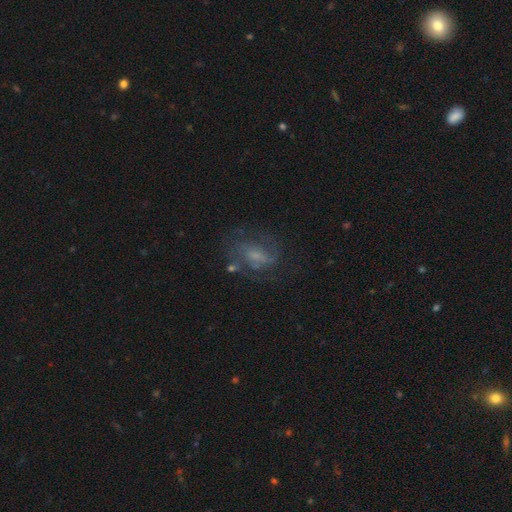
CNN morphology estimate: smooth_or_featured: featured or disk (p=0.58) [alt: smooth p=0.29]
disk_edge_on: no (p=0.96) [alt: yes p=0.04]
bar: no (p=0.47) [alt: weak p=0.41]
has_spiral_arms: yes (p=0.71) [alt: no p=0.29]
bulge_size: small (p=0.47) [alt: moderate p=0.26]
merging: none (p=0.55) [alt: minor disturbance p=0.21]